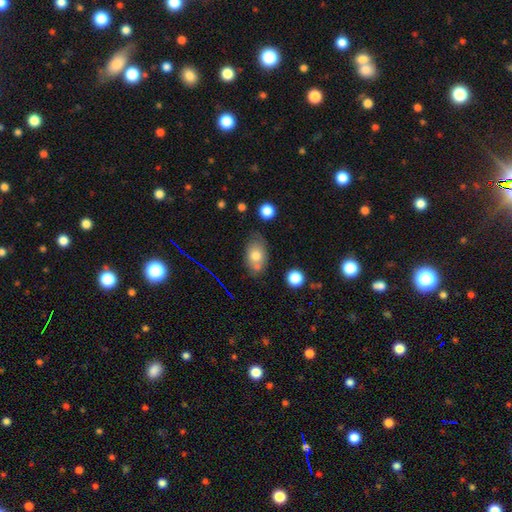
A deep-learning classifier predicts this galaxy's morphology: type=smooth (71%); roundness=in between (83%); merging=none (59%).